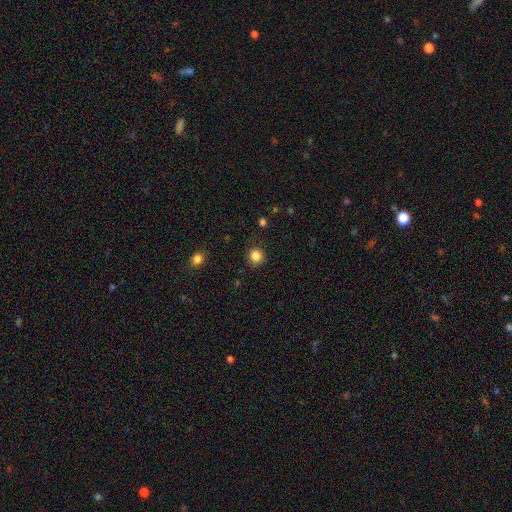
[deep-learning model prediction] Morphology: type=smooth (85%); roundness=round (92%); merging=none (89%).